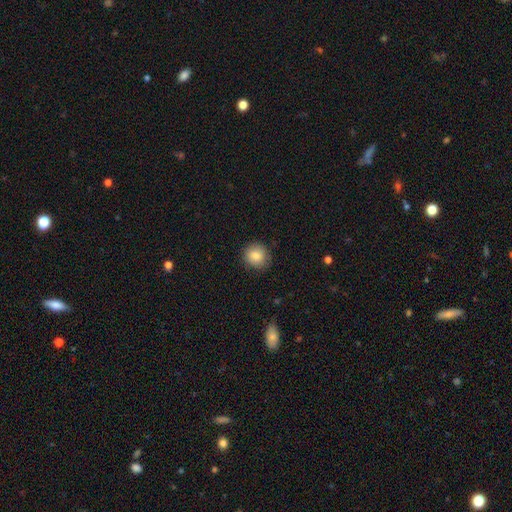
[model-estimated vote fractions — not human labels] smooth 85%, star or artifact 9%, featured or disk 7%. Down the decision tree: how rounded — round (88%); merging — none (86%).